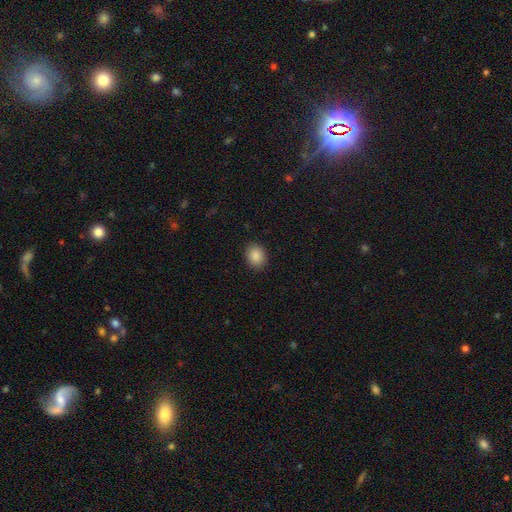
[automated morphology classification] This appears to be a smooth galaxy with no disk features (89%) that is round (55%). Merging: none (90%).